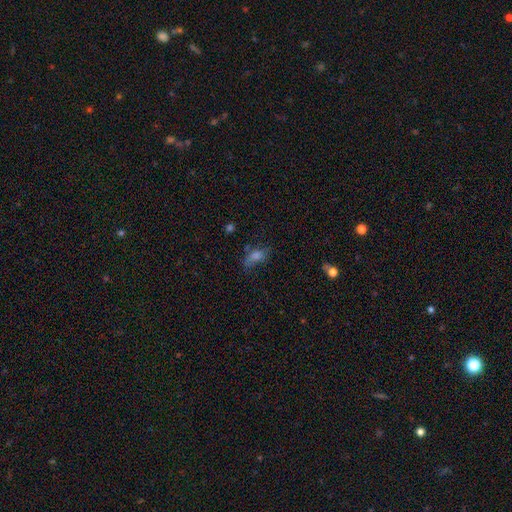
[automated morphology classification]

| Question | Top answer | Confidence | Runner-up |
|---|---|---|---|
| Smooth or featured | smooth | 57% | featured or disk (22%) |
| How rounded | in between | 75% | round (13%) |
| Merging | none | 49% | minor disturbance (28%) |